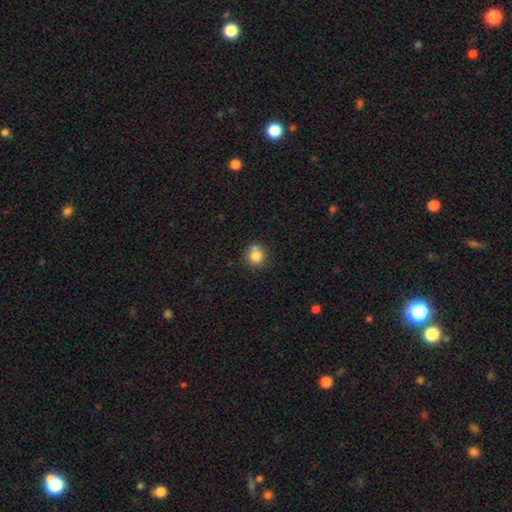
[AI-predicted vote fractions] Overall: smooth (82%). How rounded: round (86%). Merging: none (66%).